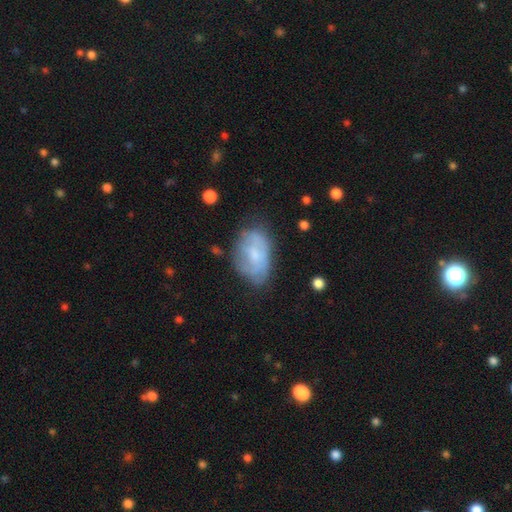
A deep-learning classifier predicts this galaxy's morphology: Q: Smooth or featured?
A: featured or disk (47%); runner-up: smooth (45%)
Q: Merging?
A: none (53%); runner-up: minor disturbance (30%)